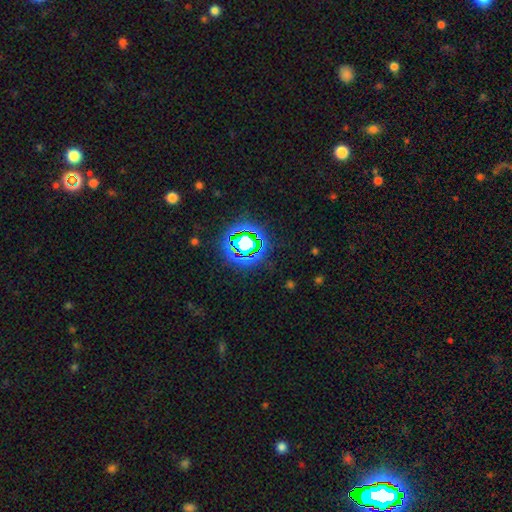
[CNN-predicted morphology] Smooth or featured? star or artifact (77%)